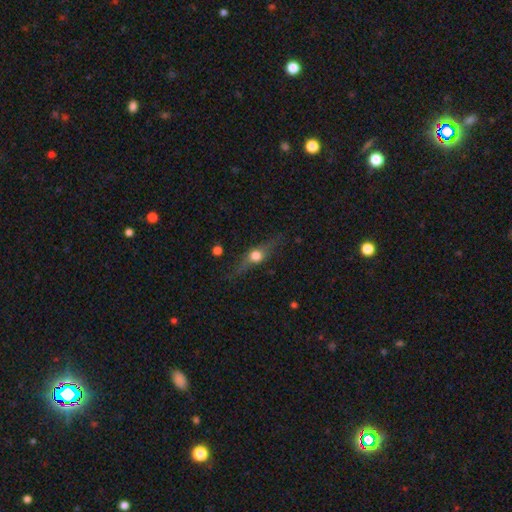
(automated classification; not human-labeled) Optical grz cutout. It shows a featured or disk galaxy (57%) viewed edge-on (91%) with a rounded central bulge (95%). Merging: none (77%).